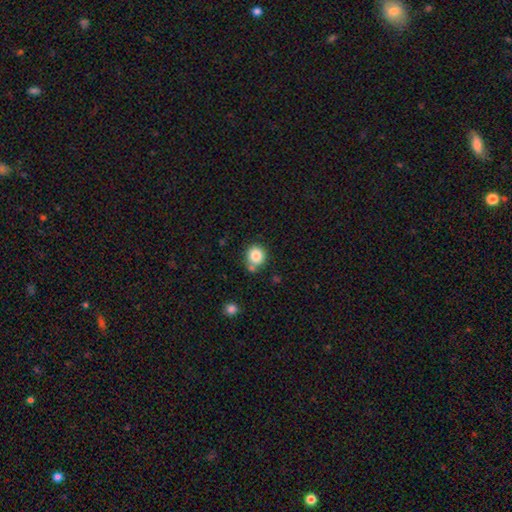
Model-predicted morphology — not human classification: type=smooth (84%); roundness=round (88%); merging=none (71%).